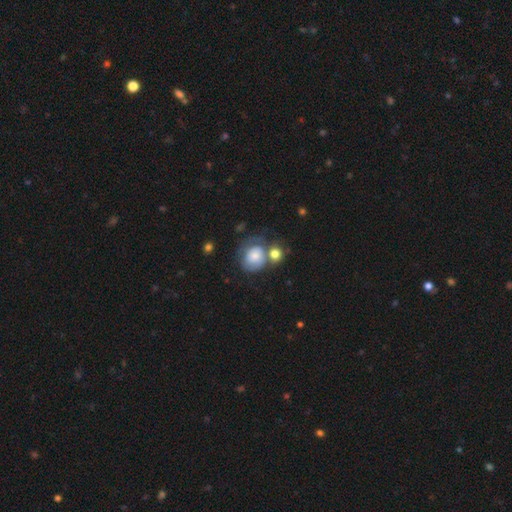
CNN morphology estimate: A smooth galaxy with no disk features (65%) that is round (67%). Merging: none (34%).